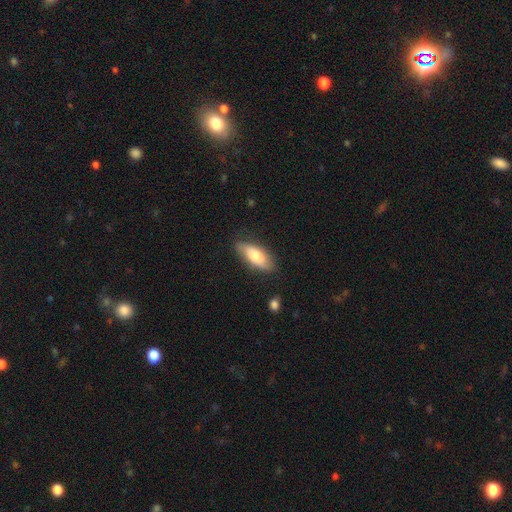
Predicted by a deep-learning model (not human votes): Smooth or featured? smooth (74%)
How rounded? in between (76%)
Merging? none (78%)